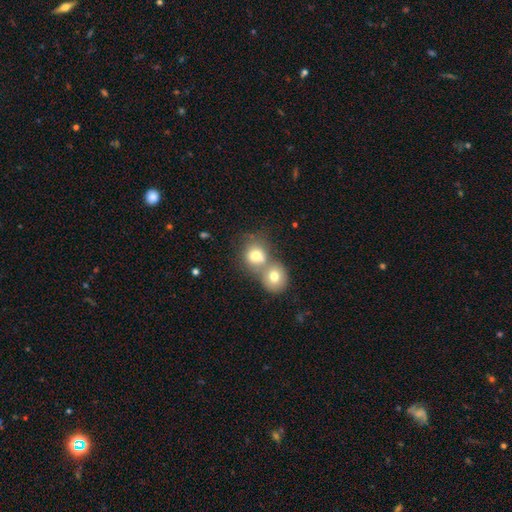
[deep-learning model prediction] smooth-or-featured: smooth: 74% | featured or disk: 15% | star or artifact: 10%
  how-rounded: round: 75% | in between: 24% | cigar-shaped: 1%
  merging: merger: 60% | none: 29% | minor disturbance: 7% | major disturbance: 3%